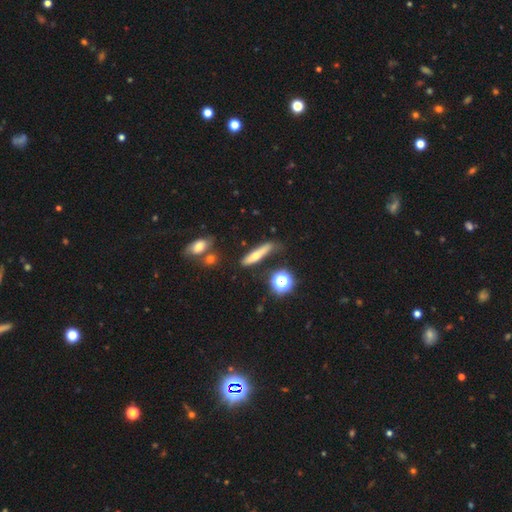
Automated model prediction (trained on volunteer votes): Morphology: type=smooth (50%); merging=none (68%).